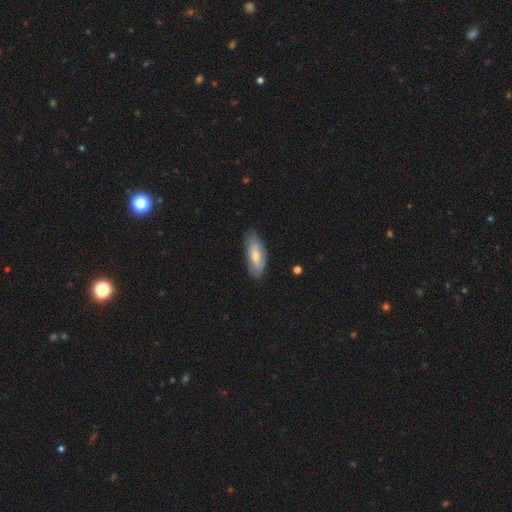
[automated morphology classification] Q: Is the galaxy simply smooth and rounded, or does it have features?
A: smooth — 68%.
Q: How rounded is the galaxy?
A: in between — 77%.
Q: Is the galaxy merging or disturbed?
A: none — 77%.